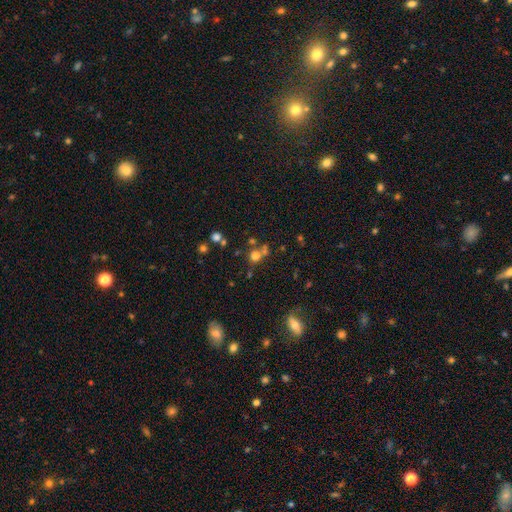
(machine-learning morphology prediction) Smooth or featured: smooth — 68% (star or artifact — 22%)
How rounded: round — 87% (in between — 12%)
Merging: none — 58% (merger — 28%)